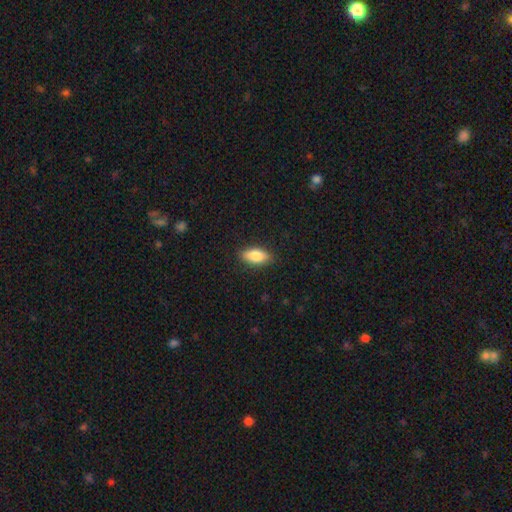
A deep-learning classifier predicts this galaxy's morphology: Smooth or featured? Predicted: smooth (p=0.82). How rounded? Predicted: in between (p=0.84). Merging? Predicted: none (p=0.87).